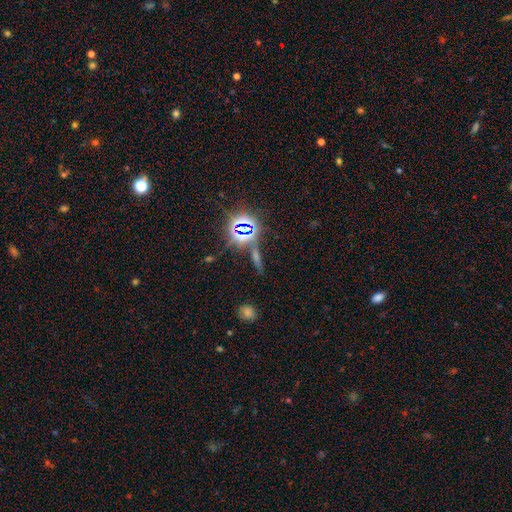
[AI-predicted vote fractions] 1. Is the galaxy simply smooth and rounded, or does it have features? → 63% star or artifact, 21% smooth, 17% featured or disk.